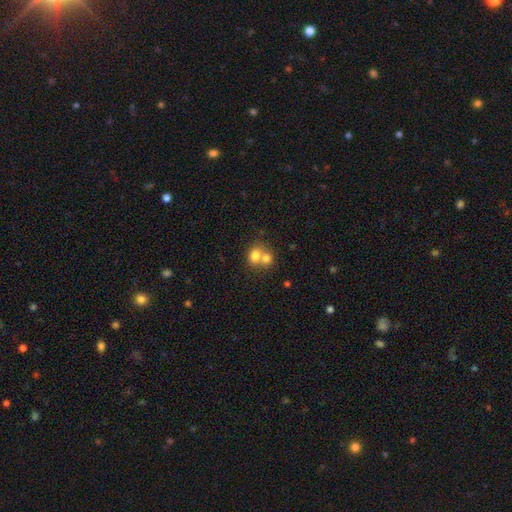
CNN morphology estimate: smooth_or_featured: smooth (p=0.75) [alt: featured or disk p=0.15]
how_rounded: round (p=0.58) [alt: in between p=0.41]
merging: merger (p=0.62) [alt: none p=0.29]